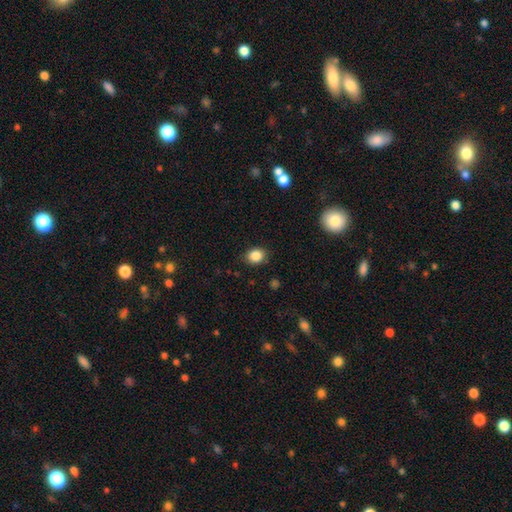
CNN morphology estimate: smooth 86%, star or artifact 10%, featured or disk 5%. Down the decision tree: how rounded — round (51%); merging — none (86%).